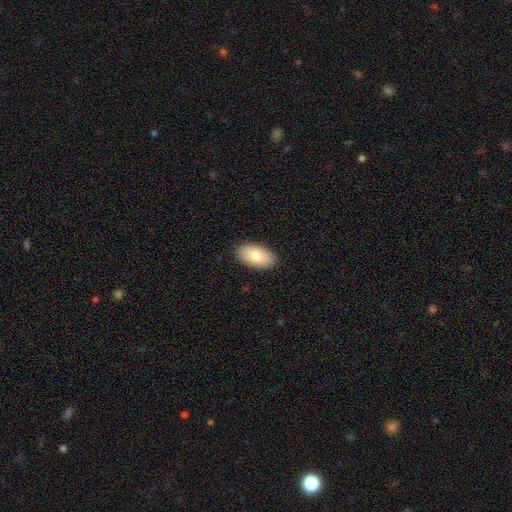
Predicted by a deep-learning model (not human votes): Smooth or featured: smooth — 79% (featured or disk — 15%)
How rounded: in between — 95% (round — 3%)
Merging: none — 89% (minor disturbance — 9%)